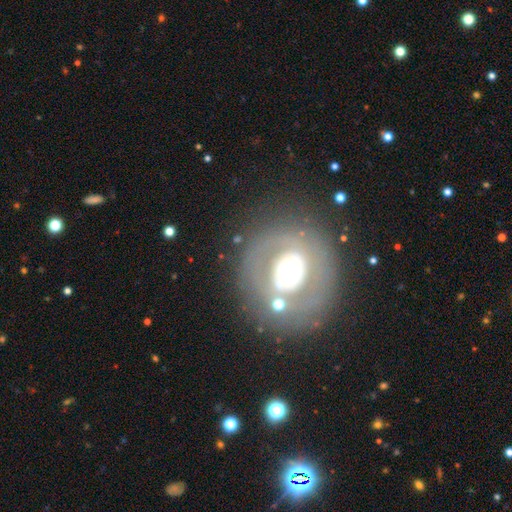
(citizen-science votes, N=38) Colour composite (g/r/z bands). It shows a featured or disk galaxy (55%) with no bar (81%), no spiral arms (86%) and a moderate central bulge (67%). Merging: none (71%).